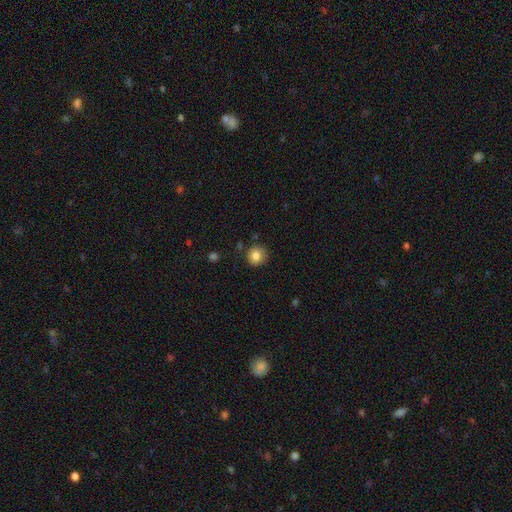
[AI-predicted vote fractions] Smooth or featured: smooth — 83% (star or artifact — 10%)
How rounded: round — 90% (in between — 9%)
Merging: none — 84% (minor disturbance — 11%)